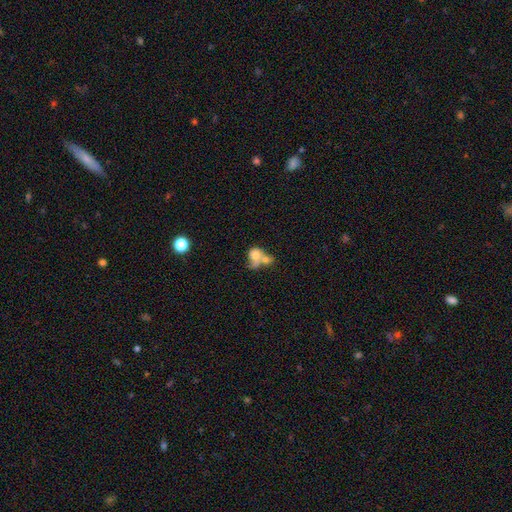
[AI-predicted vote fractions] Smooth or featured? smooth (65%)
How rounded? round (53%)
Merging? merger (65%)